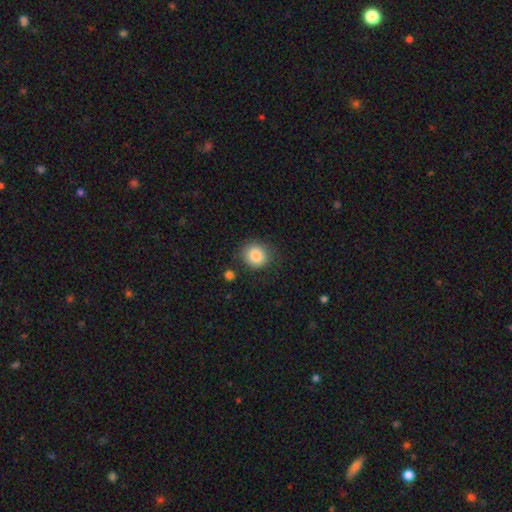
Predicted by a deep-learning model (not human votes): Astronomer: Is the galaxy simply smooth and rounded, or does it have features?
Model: smooth — 85%.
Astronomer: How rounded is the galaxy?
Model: round — 83%.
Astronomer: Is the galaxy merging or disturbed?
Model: none — 80%.